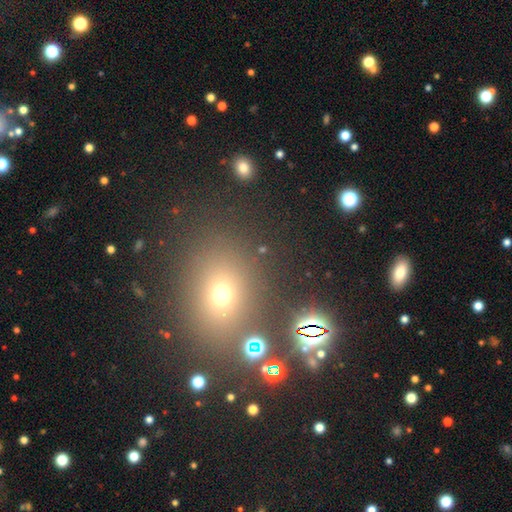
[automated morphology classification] Smooth or featured: smooth — 50% (star or artifact — 39%)
Merging: none — 82% (minor disturbance — 9%)